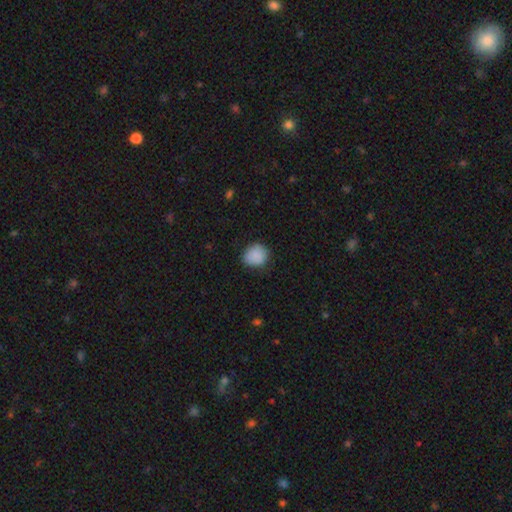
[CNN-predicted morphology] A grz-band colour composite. It shows a smooth galaxy with no disk features (88%) that is round (74%). Merging: none (81%).